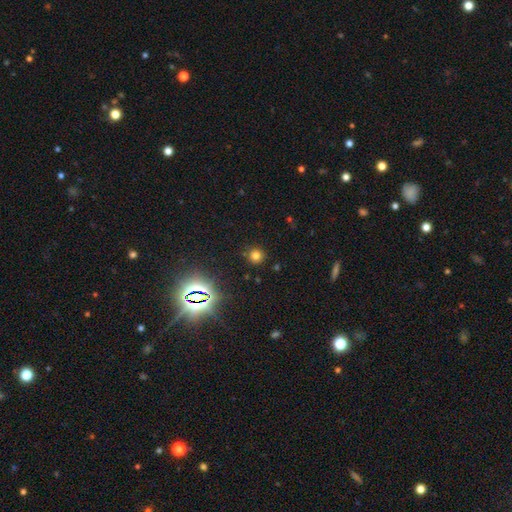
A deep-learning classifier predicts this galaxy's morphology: Smooth or featured?
  - smooth: 70% *
  - star or artifact: 24%
  - featured or disk: 6%
How rounded?
  - round: 93% *
  - in between: 6%
  - cigar-shaped: 1%
Merging?
  - none: 87% *
  - minor disturbance: 8%
  - major disturbance: 3%
  - merger: 2%